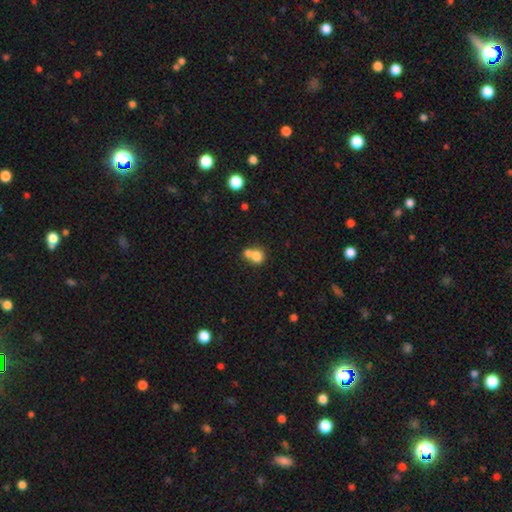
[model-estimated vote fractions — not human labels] Smooth or featured?
  - smooth: 76% *
  - featured or disk: 13%
  - star or artifact: 11%
How rounded?
  - round: 79% *
  - in between: 20%
  - cigar-shaped: 1%
Merging?
  - merger: 57% *
  - none: 34%
  - minor disturbance: 6%
  - major disturbance: 3%